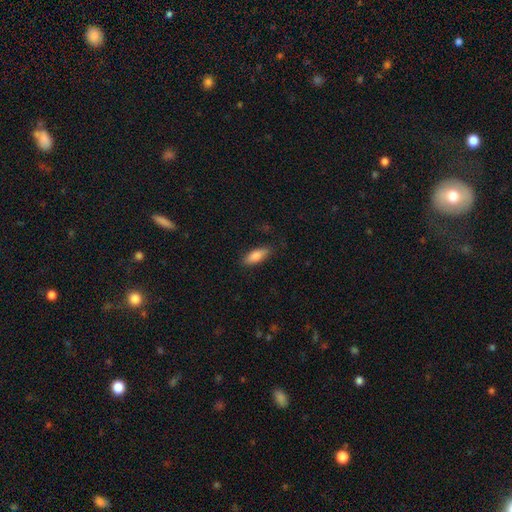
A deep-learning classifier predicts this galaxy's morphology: smooth_or_featured: smooth (p=0.81) [alt: featured or disk p=0.13]
how_rounded: in between (p=0.68) [alt: cigar-shaped p=0.30]
merging: none (p=0.83) [alt: minor disturbance p=0.13]